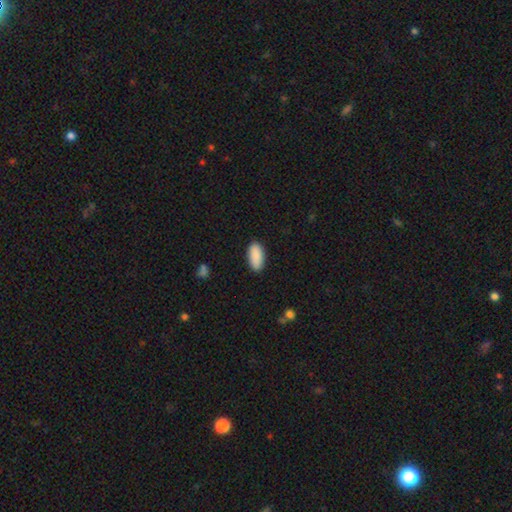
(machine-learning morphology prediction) A smooth galaxy with no disk features (90%) that is in between round and cigar-shaped (91%). Merging: none (88%).